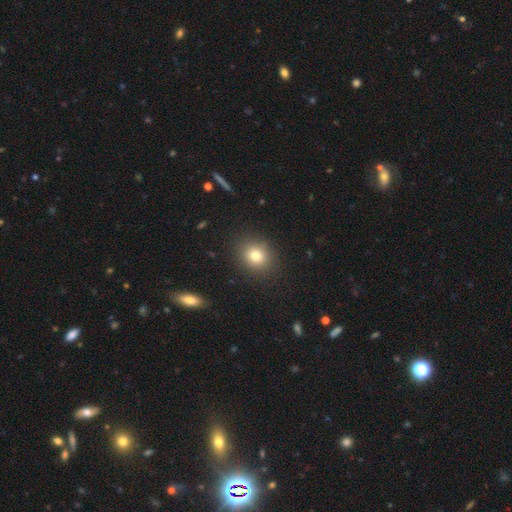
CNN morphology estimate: Smooth or featured: smooth — 79% (star or artifact — 12%)
How rounded: round — 75% (in between — 24%)
Merging: none — 88% (minor disturbance — 8%)